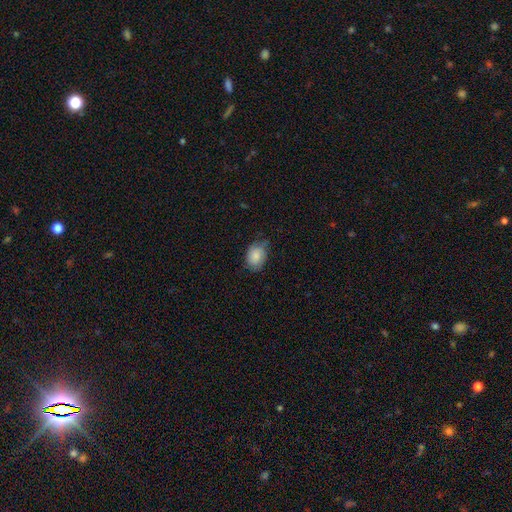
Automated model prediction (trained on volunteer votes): Smooth or featured: smooth — 79% (featured or disk — 14%)
How rounded: in between — 66% (round — 33%)
Merging: none — 65% (minor disturbance — 28%)